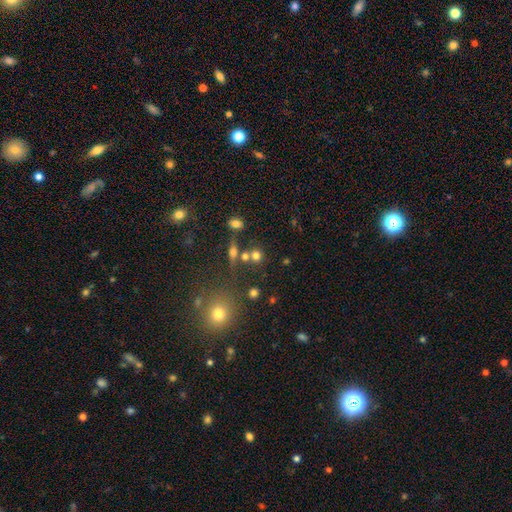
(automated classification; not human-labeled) Morphology: type=smooth (69%); roundness=round (86%); merging=none (62%).